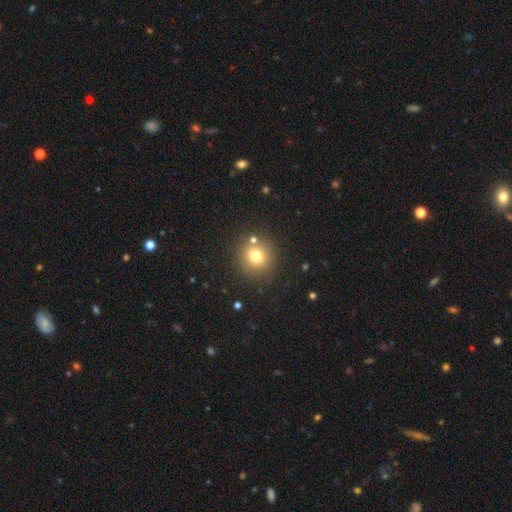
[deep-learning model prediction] The model was most divided on "smooth or featured": smooth: 74%, star or artifact: 15%, featured or disk: 11%. More confident: how rounded — round (91%); merging — none (81%).